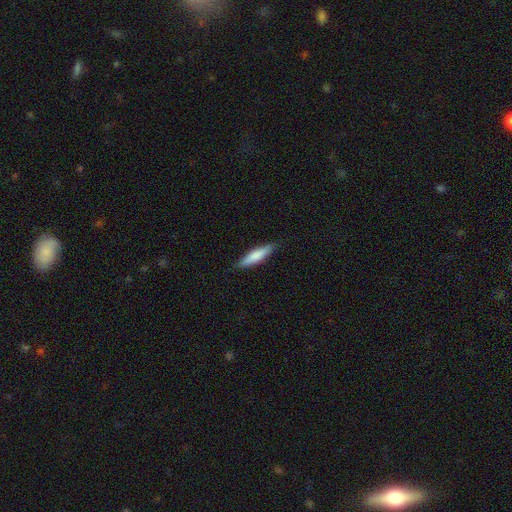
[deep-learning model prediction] A smooth galaxy with no disk features (74%) that is cigar-shaped (79%).

Vote fractions:
- Smooth or featured? smooth: 74% / featured or disk: 20% / star or artifact: 5%
- How rounded? cigar-shaped: 79% / in between: 20% / round: 1%
- Merging? none: 87% / minor disturbance: 10% / major disturbance: 2% / merger: 1%